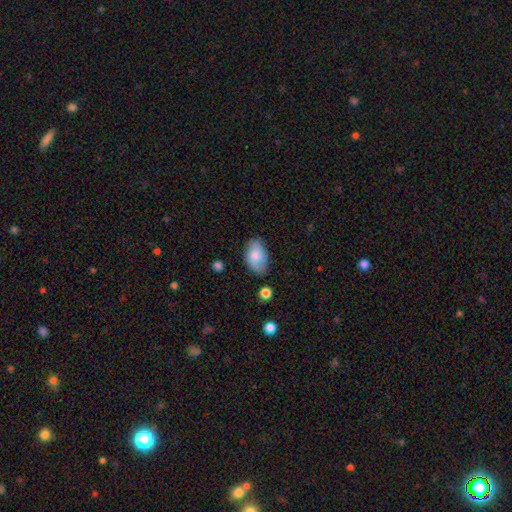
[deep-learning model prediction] A smooth galaxy with no disk features (77%) that is in between round and cigar-shaped (91%).

Vote fractions:
- Smooth or featured? smooth: 77% / featured or disk: 17% / star or artifact: 7%
- How rounded? in between: 91% / round: 7% / cigar-shaped: 1%
- Merging? none: 73% / minor disturbance: 20% / major disturbance: 4% / merger: 2%